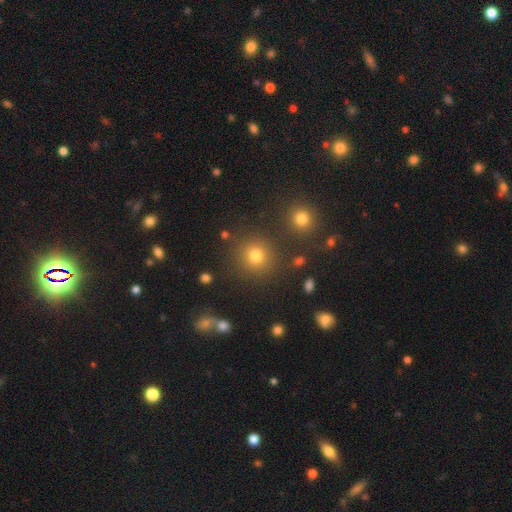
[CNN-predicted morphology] smooth-or-featured: smooth: 76% | star or artifact: 17% | featured or disk: 7%
  how-rounded: round: 92% | in between: 7% | cigar-shaped: 1%
  merging: none: 86% | minor disturbance: 7% | merger: 4% | major disturbance: 3%